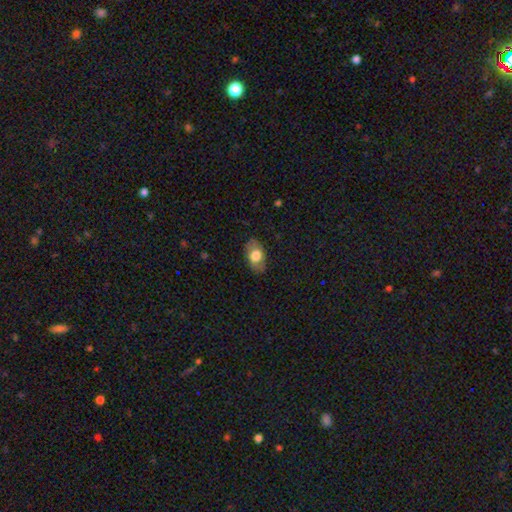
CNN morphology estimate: smooth-or-featured: smooth: 69% | featured or disk: 25% | star or artifact: 6%
  how-rounded: in between: 90% | round: 8% | cigar-shaped: 2%
  merging: none: 82% | minor disturbance: 14% | major disturbance: 4% | merger: 1%